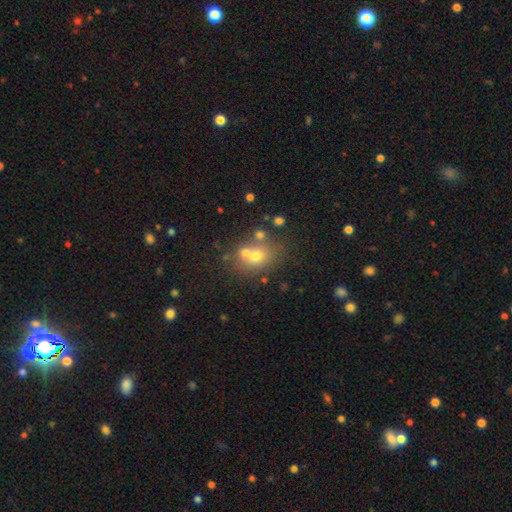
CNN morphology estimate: type=smooth (61%); roundness=round (65%); merging=none (49%).